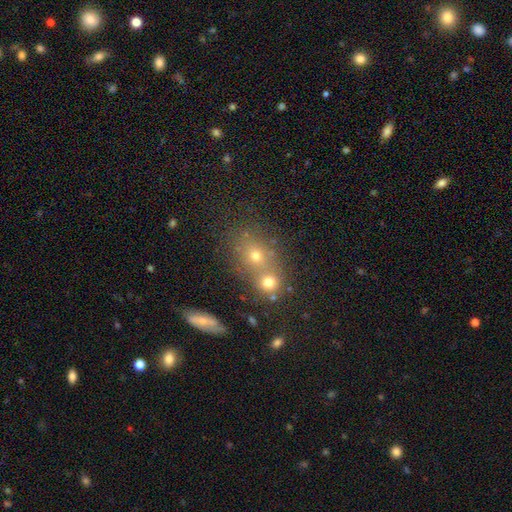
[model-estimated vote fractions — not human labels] Q: Smooth or featured?
A: smooth (64%); runner-up: star or artifact (18%)
Q: How rounded?
A: round (64%); runner-up: in between (34%)
Q: Merging?
A: merger (47%); runner-up: none (42%)